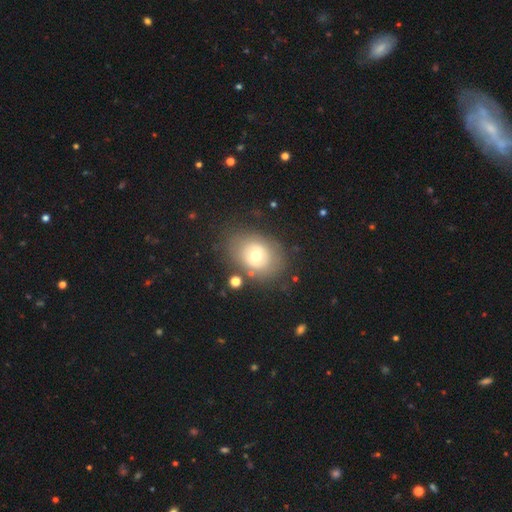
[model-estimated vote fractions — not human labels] Morphology: type=smooth (52%); roundness=in between (53%); merging=none (76%).